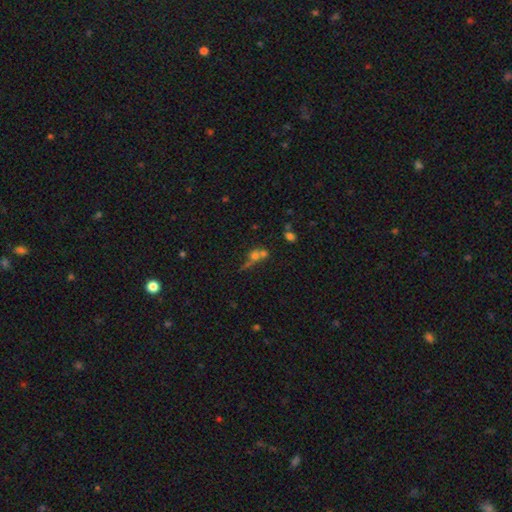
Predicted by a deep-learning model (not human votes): This appears to be a smooth galaxy with no disk features (50%) that is round (59%). Merging: merger (51%).